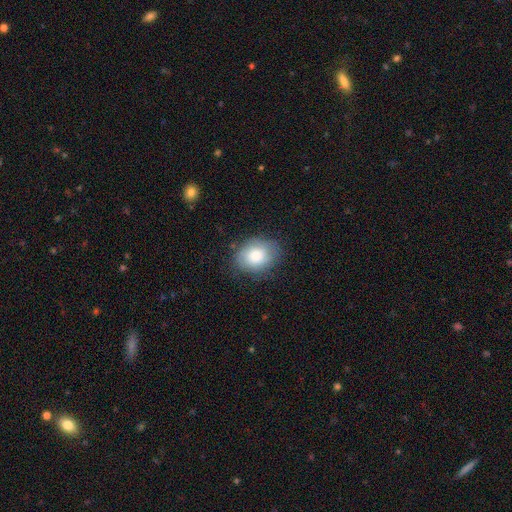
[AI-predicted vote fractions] smooth-or-featured: smooth: 81% | featured or disk: 12% | star or artifact: 7%
  how-rounded: in between: 58% | round: 41% | cigar-shaped: 1%
  merging: none: 74% | minor disturbance: 19% | major disturbance: 5% | merger: 1%